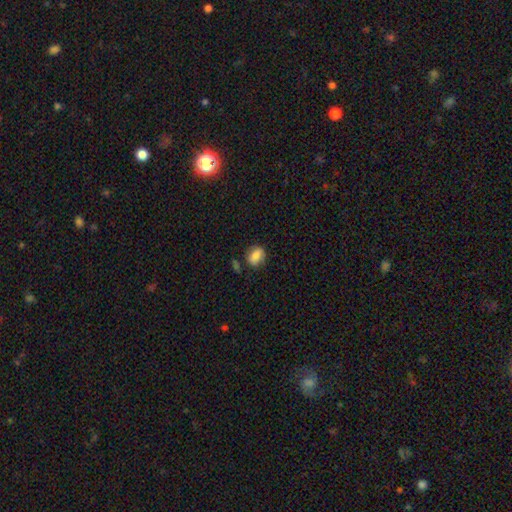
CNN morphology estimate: smooth 79%, featured or disk 13%, star or artifact 9%. Down the decision tree: how rounded — in between (62%); merging — none (69%).